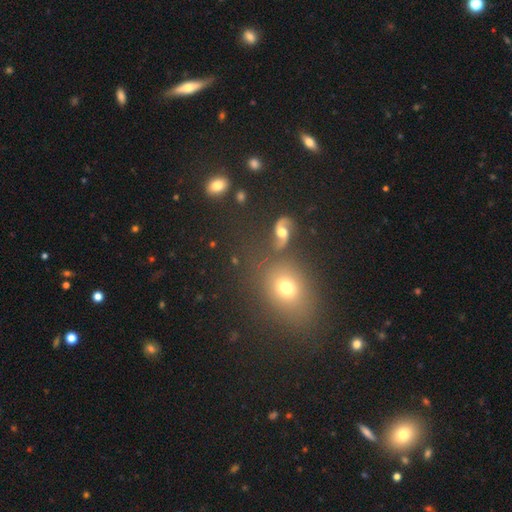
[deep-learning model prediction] Smooth or featured? Predicted: smooth (p=0.58). How rounded? Predicted: round (p=0.49). Merging? Predicted: none (p=0.77).